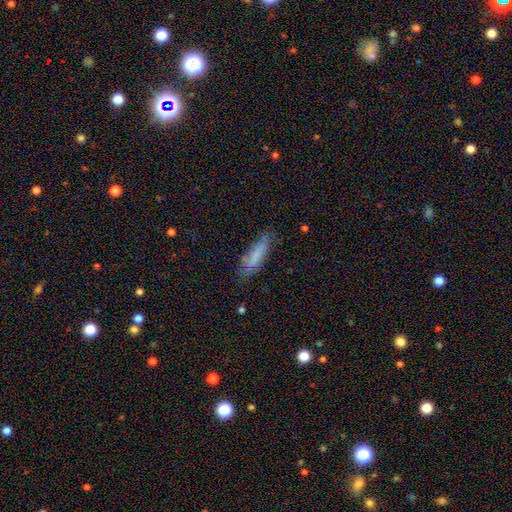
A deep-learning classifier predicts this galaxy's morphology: Q: Smooth or featured?
A: smooth (76%); runner-up: featured or disk (17%)
Q: How rounded?
A: cigar-shaped (69%); runner-up: in between (29%)
Q: Merging?
A: none (75%); runner-up: minor disturbance (19%)